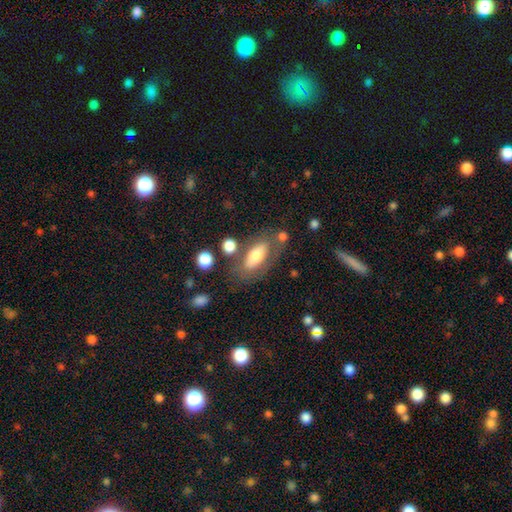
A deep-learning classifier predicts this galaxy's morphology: smooth-or-featured: smooth: 64% | featured or disk: 28% | star or artifact: 7%
  how-rounded: in between: 83% | cigar-shaped: 12% | round: 4%
  merging: none: 64% | minor disturbance: 18% | merger: 9% | major disturbance: 9%